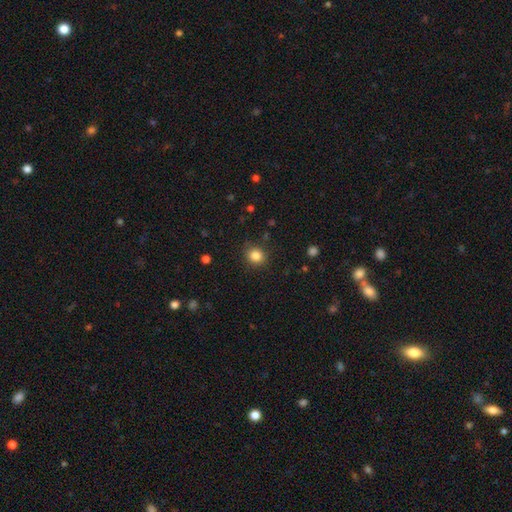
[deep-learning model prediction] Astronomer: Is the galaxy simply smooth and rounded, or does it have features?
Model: smooth — 84%.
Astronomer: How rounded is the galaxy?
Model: round — 82%.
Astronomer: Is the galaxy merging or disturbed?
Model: none — 87%.